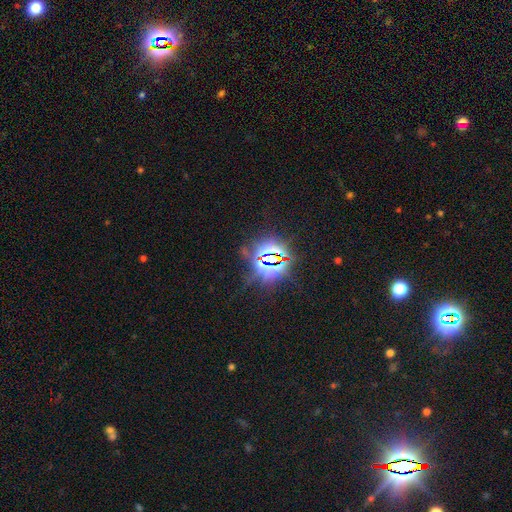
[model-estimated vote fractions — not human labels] Smooth or featured? star or artifact (84%)